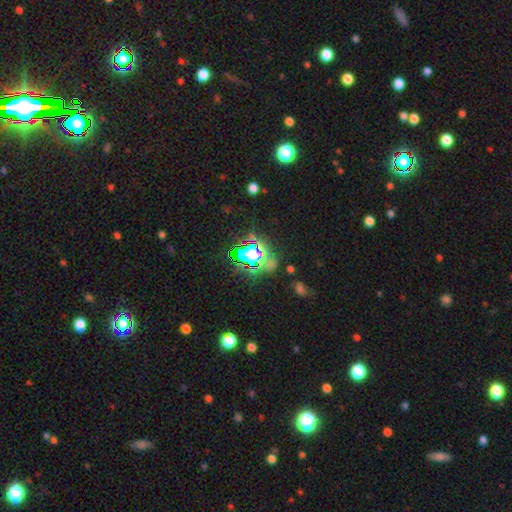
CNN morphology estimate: Overall: star or artifact (78%).